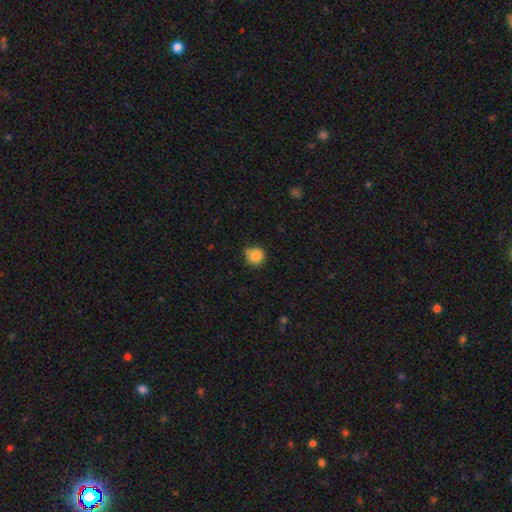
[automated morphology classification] smooth-or-featured: smooth: 85% | star or artifact: 10% | featured or disk: 5%
  how-rounded: round: 92% | in between: 7% | cigar-shaped: 1%
  merging: none: 75% | minor disturbance: 18% | merger: 4% | major disturbance: 3%